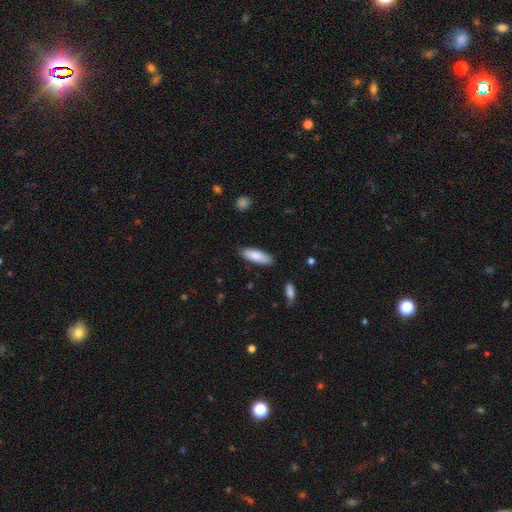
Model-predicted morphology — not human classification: A smooth galaxy with no disk features (84%) that is in between round and cigar-shaped (57%). Merging: none (86%).